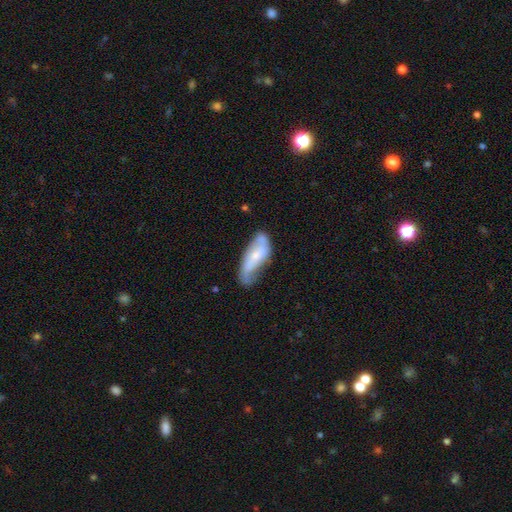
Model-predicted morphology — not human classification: Smooth or featured? Predicted: featured or disk (p=0.54). Edge-on disk? Predicted: no (p=0.86). Merging? Predicted: none (p=0.39).